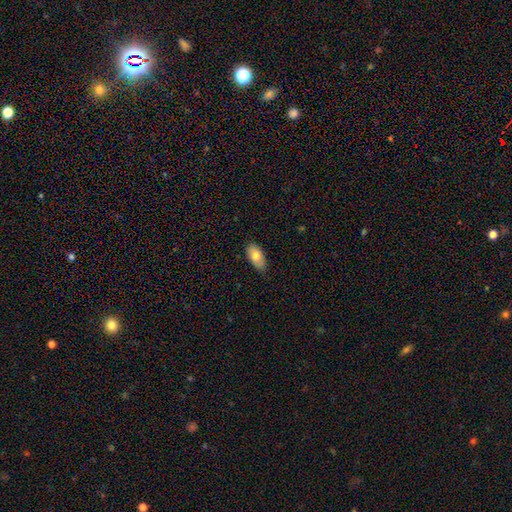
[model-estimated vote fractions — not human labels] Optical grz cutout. It shows a smooth galaxy with no disk features (78%) that is in between round and cigar-shaped (93%). Merging: none (77%).